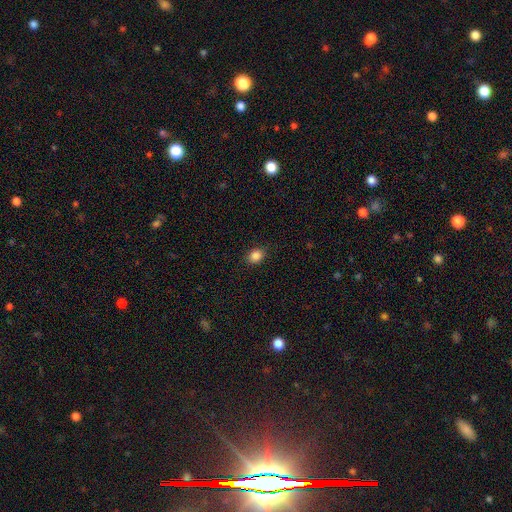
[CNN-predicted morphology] Smooth or featured: smooth — 86% (star or artifact — 10%)
How rounded: in between — 51% (round — 48%)
Merging: none — 88% (minor disturbance — 9%)